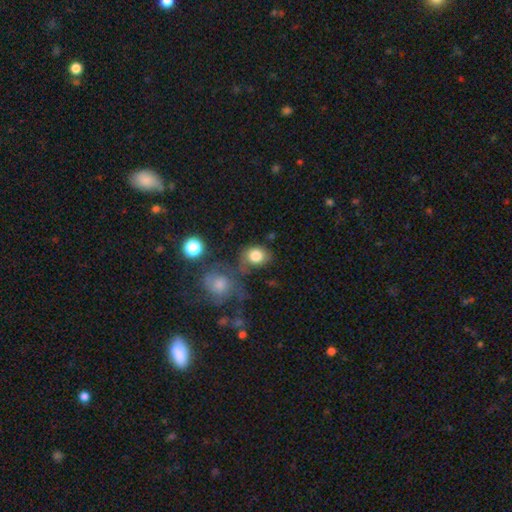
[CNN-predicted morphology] A smooth galaxy with no disk features (80%) that is round (65%). Merging: none (48%).